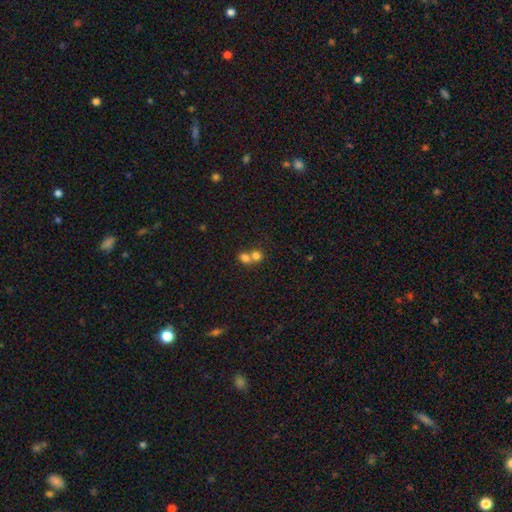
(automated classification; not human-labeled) A smooth galaxy with no disk features (76%) that is round (78%). Merging: merger (64%).